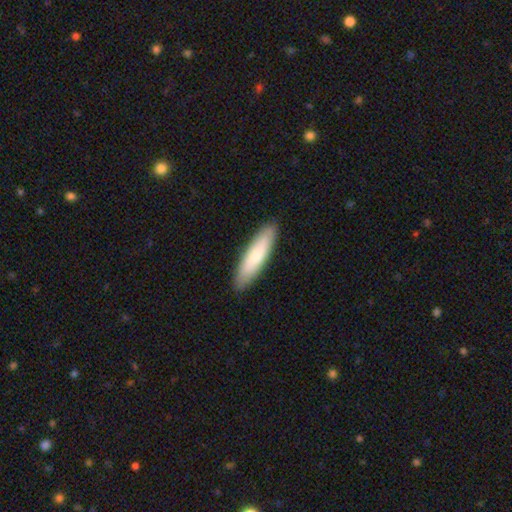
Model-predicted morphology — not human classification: This appears to be a smooth galaxy with no disk features (75%) that is cigar-shaped (74%). Merging: none (90%).